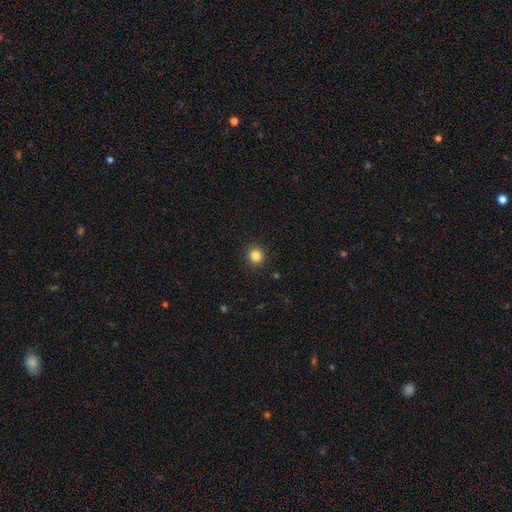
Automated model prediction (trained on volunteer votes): Smooth or featured: smooth — 85% (star or artifact — 11%)
How rounded: round — 93% (in between — 6%)
Merging: none — 92% (minor disturbance — 5%)